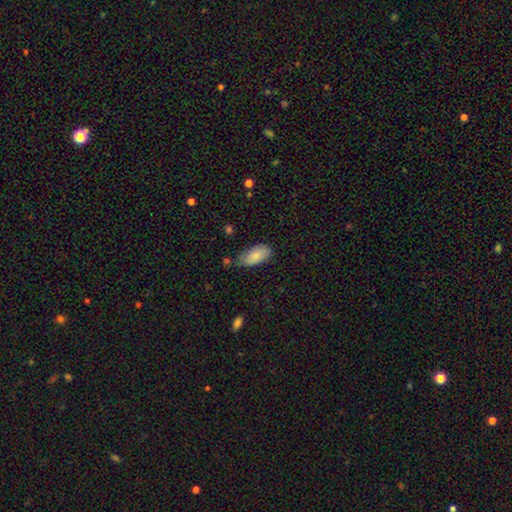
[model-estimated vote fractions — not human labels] Overall: smooth (83%). How rounded: in between (91%). Merging: none (56%; minor disturbance 34%).